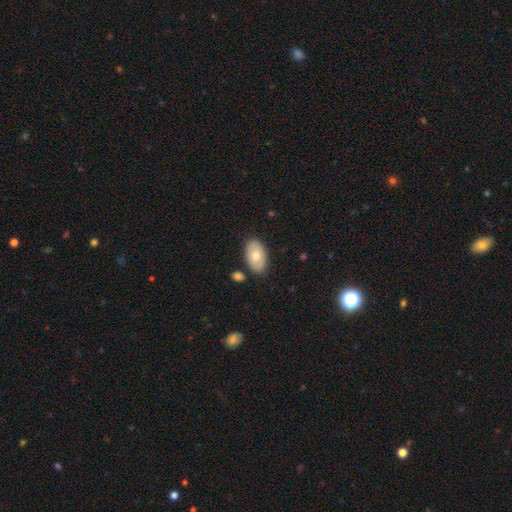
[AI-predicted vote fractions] A smooth galaxy with no disk features (73%) that is in between round and cigar-shaped (94%).

Vote fractions:
- Smooth or featured? smooth: 73% / featured or disk: 21% / star or artifact: 6%
- How rounded? in between: 94% / round: 5% / cigar-shaped: 1%
- Merging? none: 81% / minor disturbance: 12% / merger: 4% / major disturbance: 3%